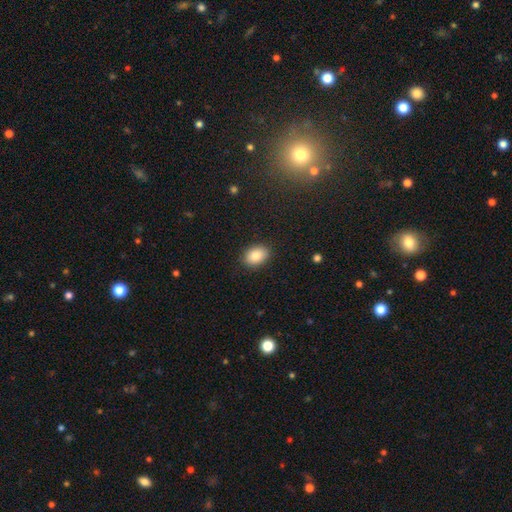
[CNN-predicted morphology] This is clearly a smooth galaxy (85%). How rounded: likely in between (74%). Merging: clearly none (88%).